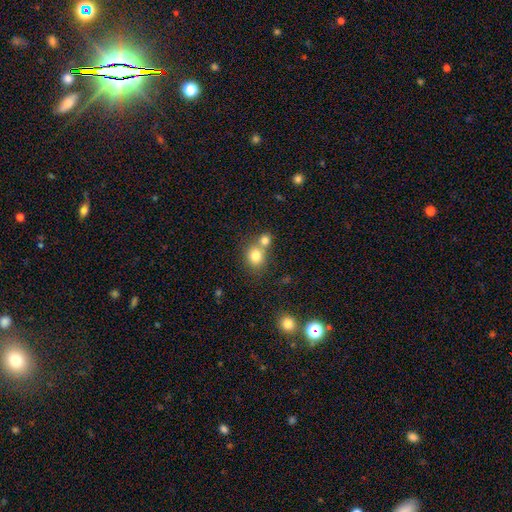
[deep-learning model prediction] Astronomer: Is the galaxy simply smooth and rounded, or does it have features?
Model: smooth — 79%.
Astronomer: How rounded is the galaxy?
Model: round — 76%.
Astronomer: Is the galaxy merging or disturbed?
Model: none — 46% (runner-up: merger, 43%).